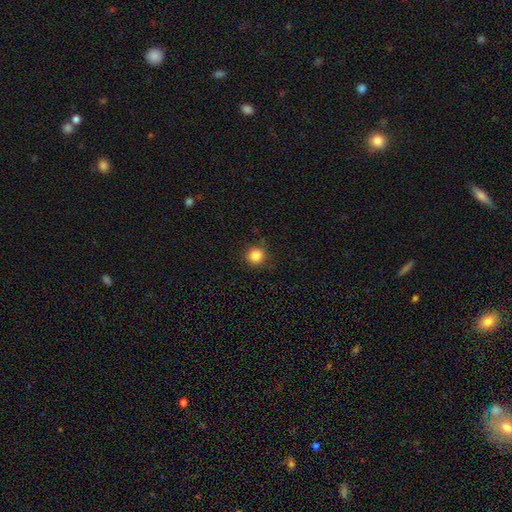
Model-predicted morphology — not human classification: smooth 85%, star or artifact 11%, featured or disk 4%. Down the decision tree: how rounded — round (94%); merging — none (87%).